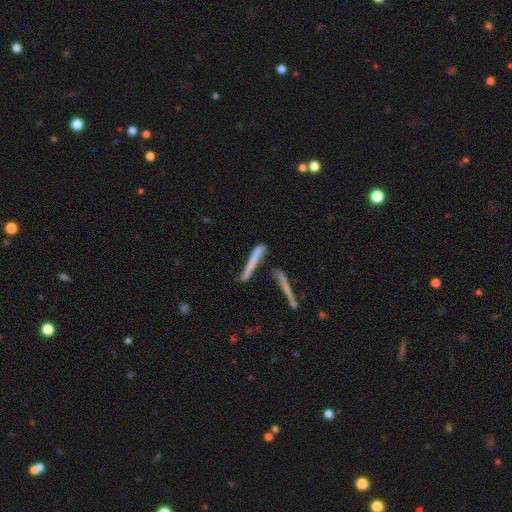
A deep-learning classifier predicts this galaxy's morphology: A smooth galaxy with no disk features (61%) that is cigar-shaped (92%). Merging: none (51%).